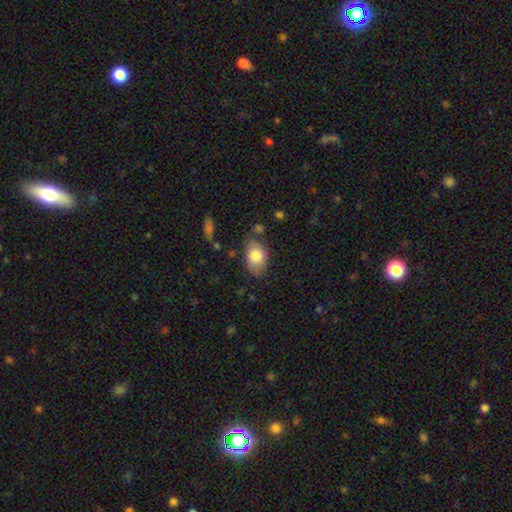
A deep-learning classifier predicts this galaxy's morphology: Smooth or featured: smooth — 79% (featured or disk — 14%)
How rounded: in between — 87% (round — 12%)
Merging: none — 66% (minor disturbance — 24%)